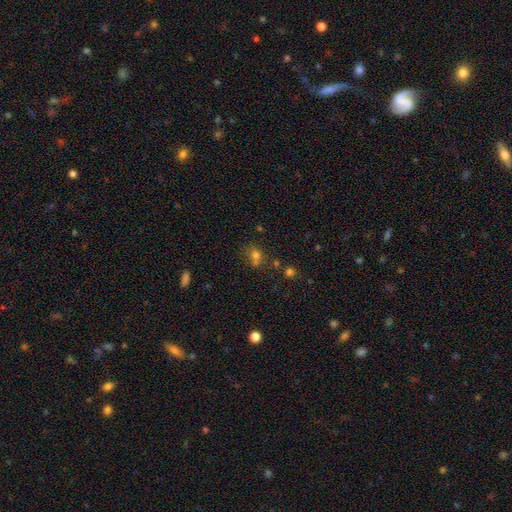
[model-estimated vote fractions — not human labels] Overall: smooth (66%). How rounded: round (68%; in between 31%). Merging: none (46%; merger 36%).